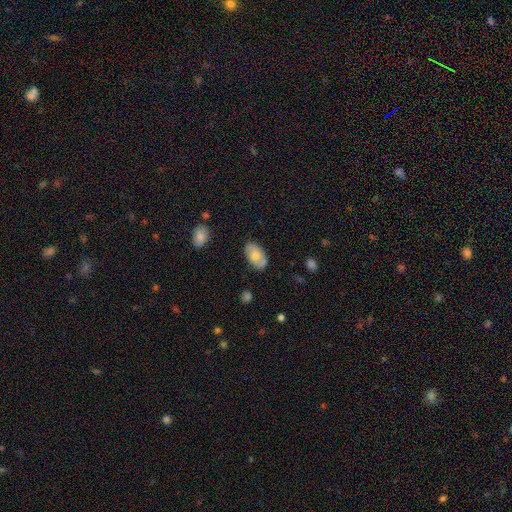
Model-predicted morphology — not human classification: The model was most divided on "smooth or featured": smooth: 66%, featured or disk: 27%, star or artifact: 7%. More confident: how rounded — in between (93%); merging — none (75%).